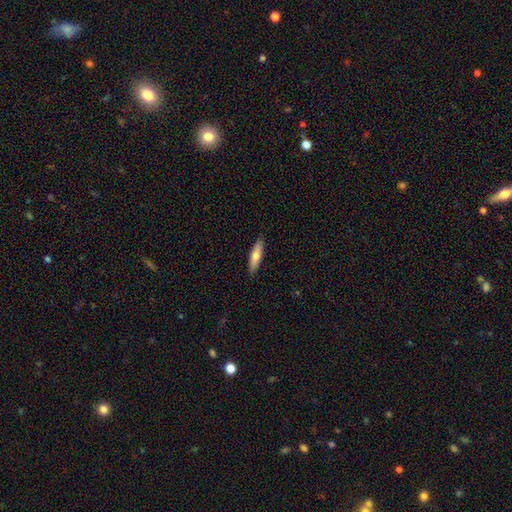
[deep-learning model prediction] Smooth or featured: smooth — 71% (featured or disk — 23%)
How rounded: cigar-shaped — 73% (in between — 26%)
Merging: none — 89% (minor disturbance — 8%)